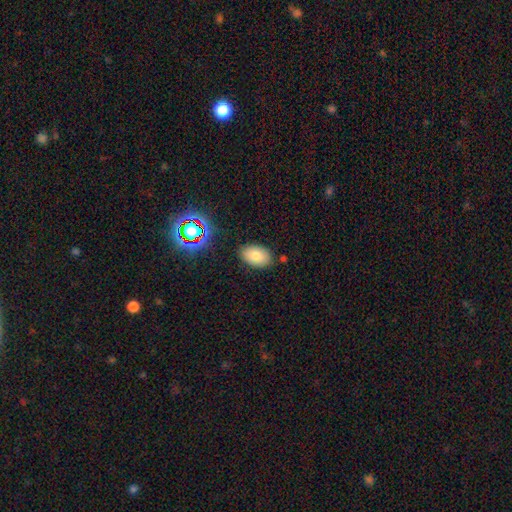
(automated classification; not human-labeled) Morphology: type=smooth (80%); roundness=in between (90%); merging=none (84%).